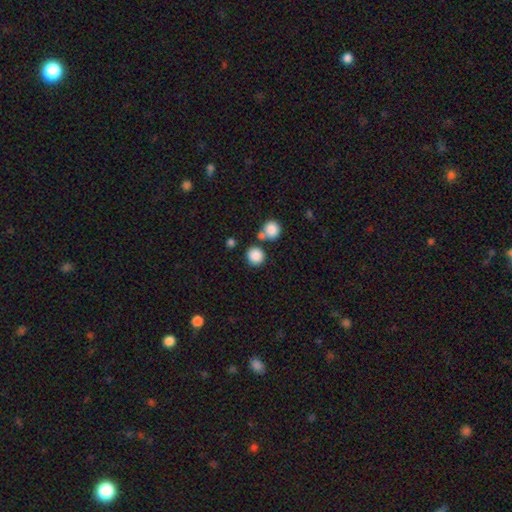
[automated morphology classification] type=smooth (86%); roundness=round (90%); merging=none (70%).